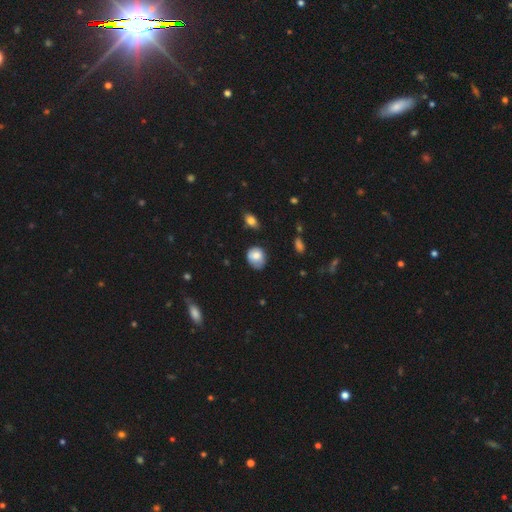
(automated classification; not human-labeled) Smooth or featured? Predicted: smooth (p=0.78). How rounded? Predicted: round (p=0.61). Merging? Predicted: none (p=0.63).